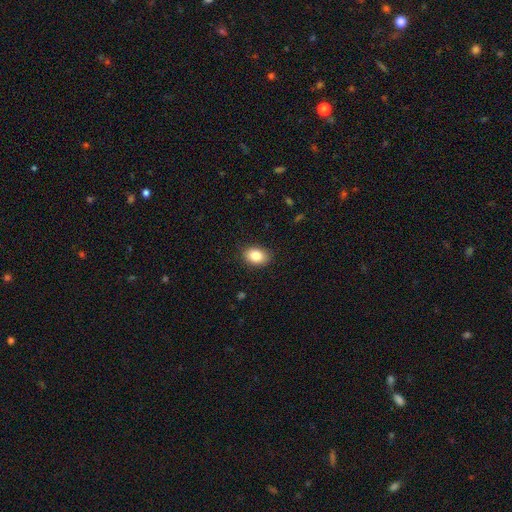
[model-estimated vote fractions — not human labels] Smooth or featured?
  - smooth: 86% *
  - star or artifact: 8%
  - featured or disk: 6%
How rounded?
  - in between: 80% *
  - round: 19%
  - cigar-shaped: 1%
Merging?
  - none: 88% *
  - minor disturbance: 9%
  - major disturbance: 2%
  - merger: 1%